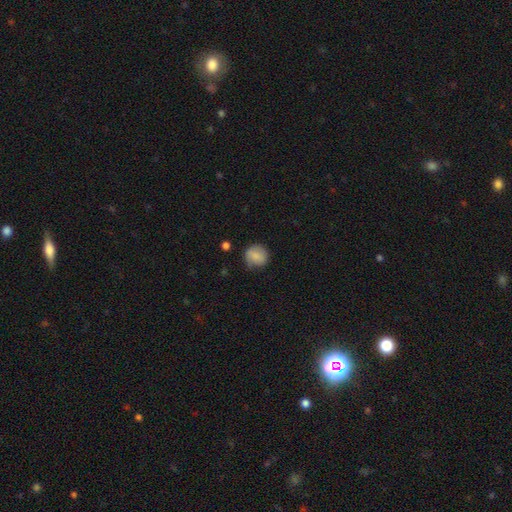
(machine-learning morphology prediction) This appears to be a smooth galaxy with no disk features (80%) that is round (86%). Merging: none (72%).